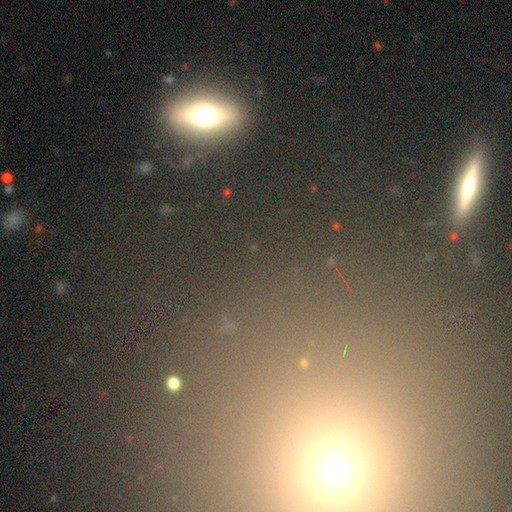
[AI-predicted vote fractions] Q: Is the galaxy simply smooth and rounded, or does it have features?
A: smooth — 45%.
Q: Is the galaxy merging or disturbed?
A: none — 86%.